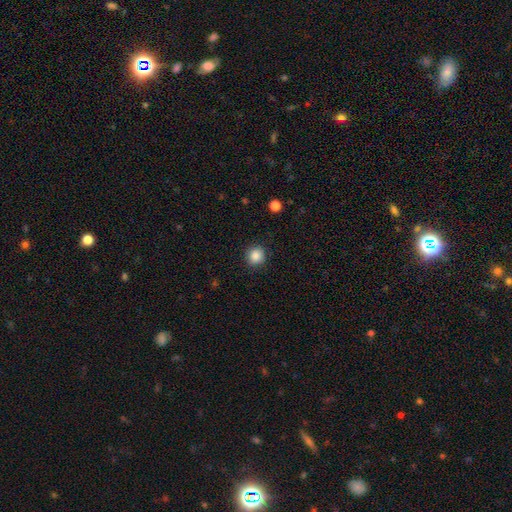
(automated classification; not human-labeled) A smooth galaxy with no disk features (86%) that is round (91%). Merging: none (88%).